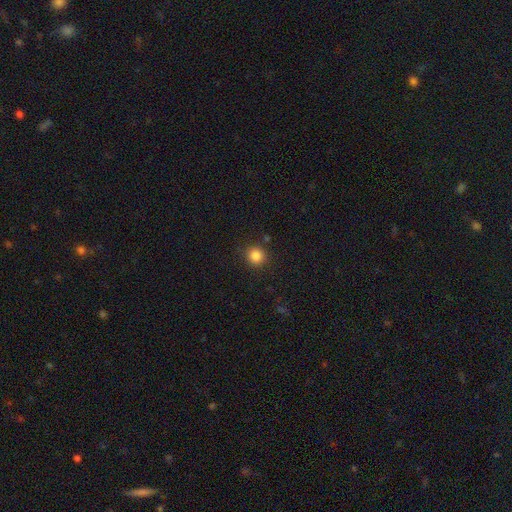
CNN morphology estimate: smooth_or_featured: smooth (p=0.84) [alt: star or artifact p=0.12]
how_rounded: round (p=0.92) [alt: in between p=0.07]
merging: none (p=0.89) [alt: minor disturbance p=0.07]